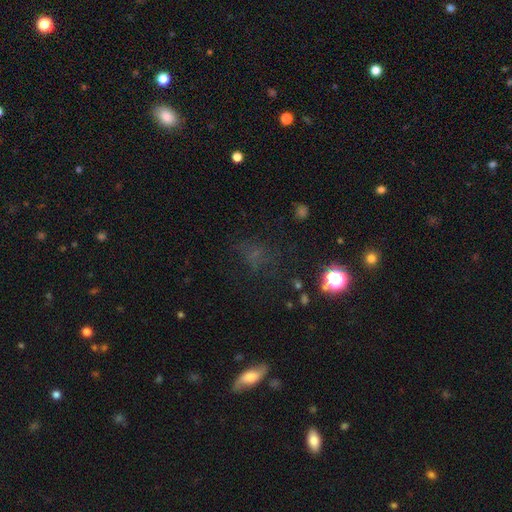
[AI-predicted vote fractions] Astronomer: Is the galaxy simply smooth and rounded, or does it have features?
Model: smooth — 43% (runner-up: star or artifact, 40%).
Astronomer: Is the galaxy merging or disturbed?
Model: none — 63%.